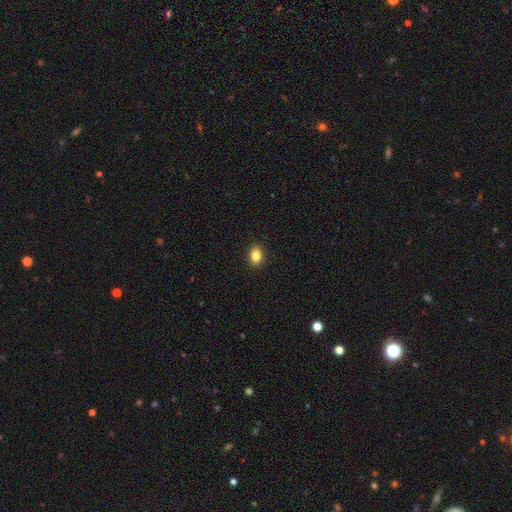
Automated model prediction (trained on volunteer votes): Q: Smooth or featured?
A: smooth (84%); runner-up: star or artifact (9%)
Q: How rounded?
A: in between (75%); runner-up: round (24%)
Q: Merging?
A: none (91%); runner-up: minor disturbance (7%)